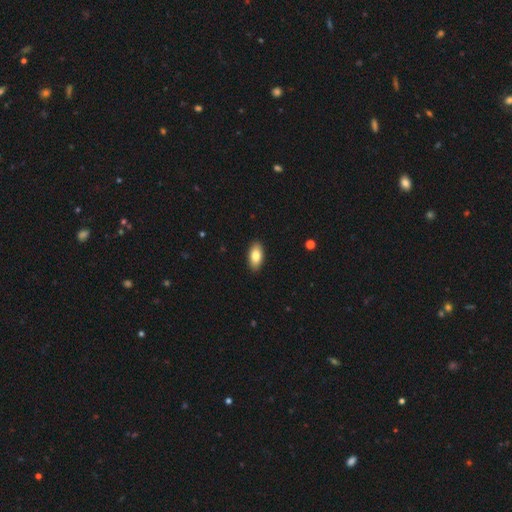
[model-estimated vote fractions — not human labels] A smooth galaxy with no disk features (82%) that is in between round and cigar-shaped (92%). Merging: none (90%).